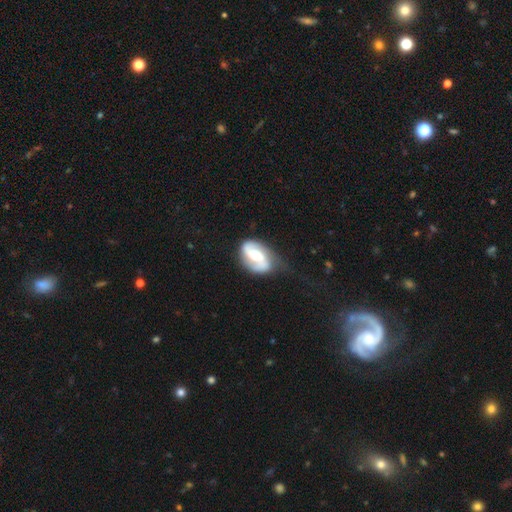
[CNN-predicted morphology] A featured or disk galaxy (79%) with a weak bar (42%), 2 (87%) medium (47%) spiral arms (94%) and a moderate central bulge (50%).

Vote fractions:
- Smooth or featured? featured or disk: 79% / smooth: 16% / star or artifact: 5%
- Edge-on disk? no: 97% / yes: 3%
- Bar? weak: 42% / no: 37% / strong: 21%
- Spiral arms? yes: 94% / no: 6%
- Spiral winding? medium: 47% / loose: 28% / tight: 25%
- Spiral arm count? 2: 87% / can't tell: 5% / 1: 4% / 3: 1% / 4: 1% / more than 4: 1%
- Bulge size? moderate: 50% / large: 25% / small: 17% / none: 6% / dominant: 3%
- Merging? none: 50% / minor disturbance: 31% / major disturbance: 16% / merger: 3%